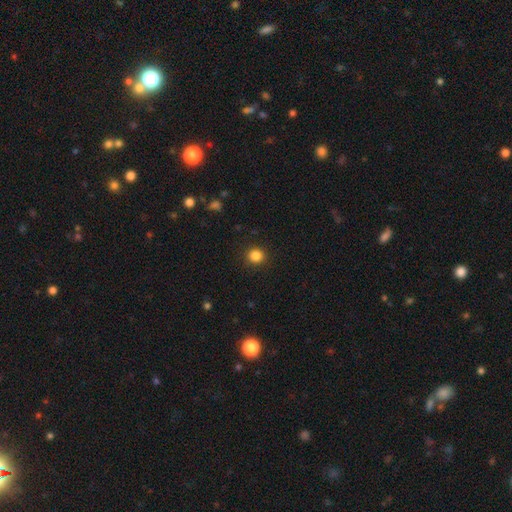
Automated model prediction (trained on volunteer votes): Morphology: type=smooth (85%); roundness=round (91%); merging=none (91%).